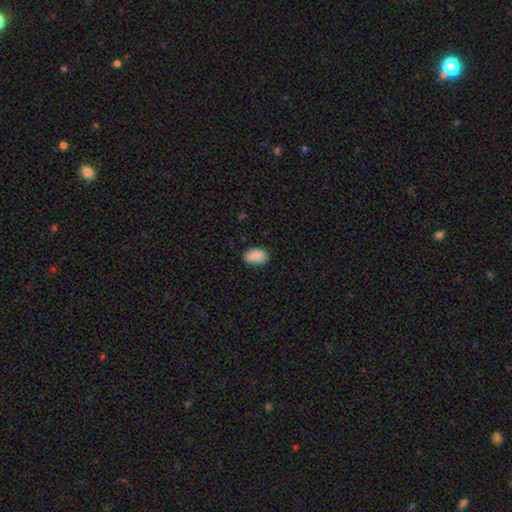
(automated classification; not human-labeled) A smooth galaxy with no disk features (85%) that is in between round and cigar-shaped (88%).

Vote fractions:
- Smooth or featured? smooth: 85% / featured or disk: 8% / star or artifact: 7%
- How rounded? in between: 88% / round: 11% / cigar-shaped: 1%
- Merging? none: 80% / minor disturbance: 16% / major disturbance: 3% / merger: 1%